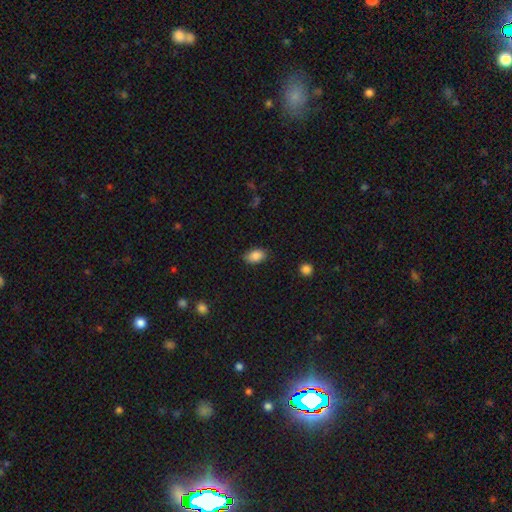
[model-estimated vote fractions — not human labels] Morphology: type=smooth (86%); roundness=in between (88%); merging=none (82%).